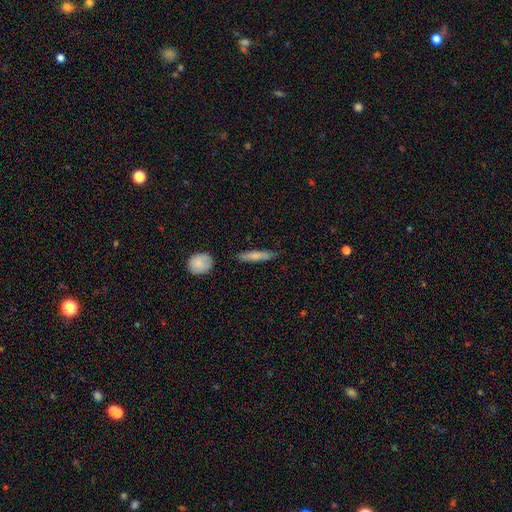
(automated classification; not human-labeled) A smooth galaxy with no disk features (74%) that is cigar-shaped (82%). Merging: none (80%).